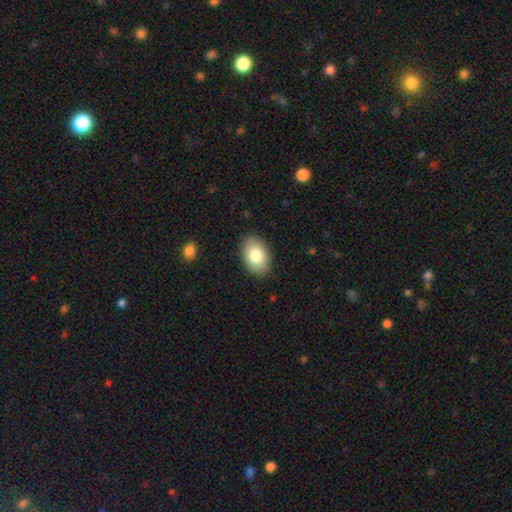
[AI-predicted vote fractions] This is clearly a smooth galaxy (82%). How rounded: clearly in between (89%). Merging: clearly none (88%).